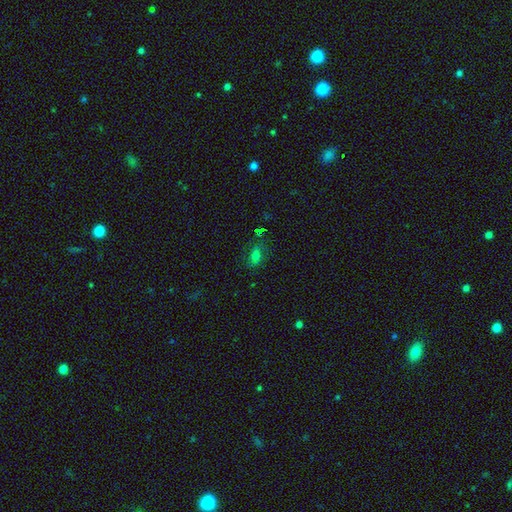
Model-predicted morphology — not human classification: Smooth or featured? Predicted: smooth (p=0.58). How rounded? Predicted: in between (p=0.78). Merging? Predicted: none (p=0.68).